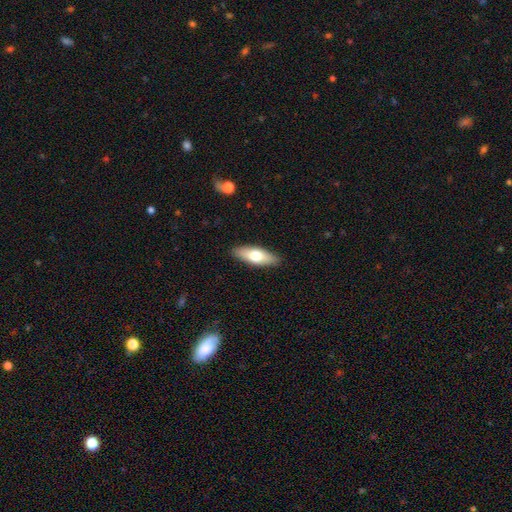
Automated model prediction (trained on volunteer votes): A smooth galaxy with no disk features (65%) that is in between round and cigar-shaped (62%). Merging: none (89%).